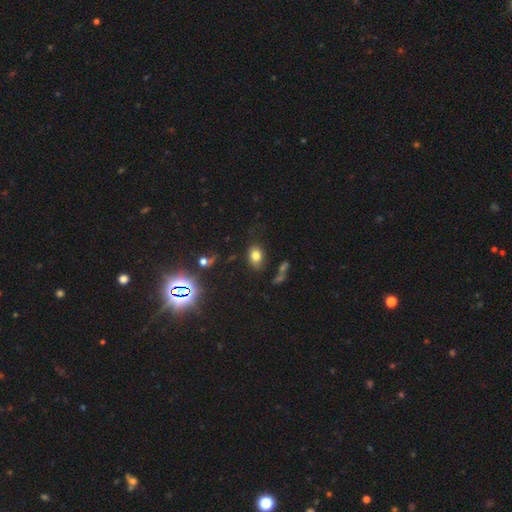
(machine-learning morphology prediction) This is likely a smooth galaxy (76%). How rounded: likely in between (77%). Merging: likely none (76%).